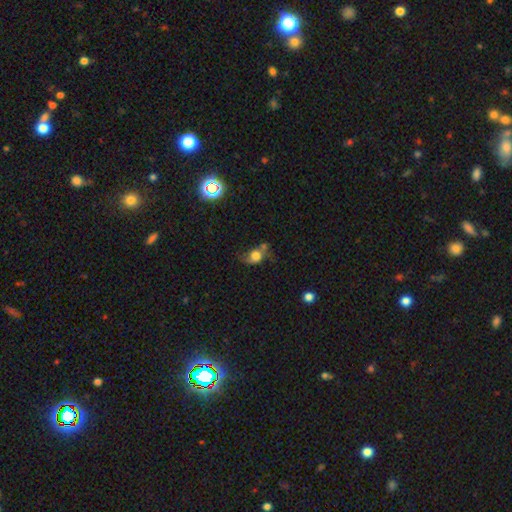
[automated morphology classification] This appears to be a smooth galaxy with no disk features (52%) that is round (51%). Merging: none (35%).